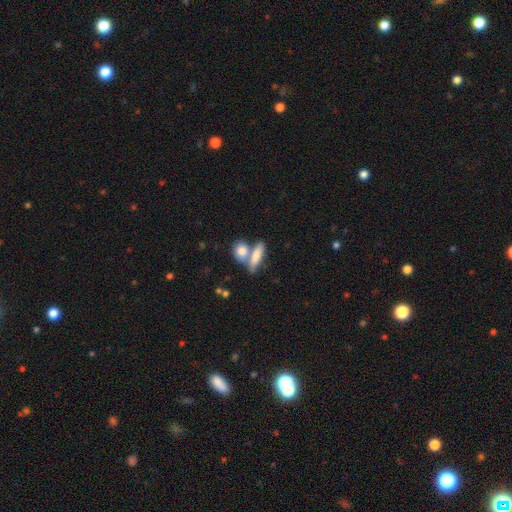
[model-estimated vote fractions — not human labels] A smooth galaxy with no disk features (79%) that is in between round and cigar-shaped (56%). Merging: merger (45%).